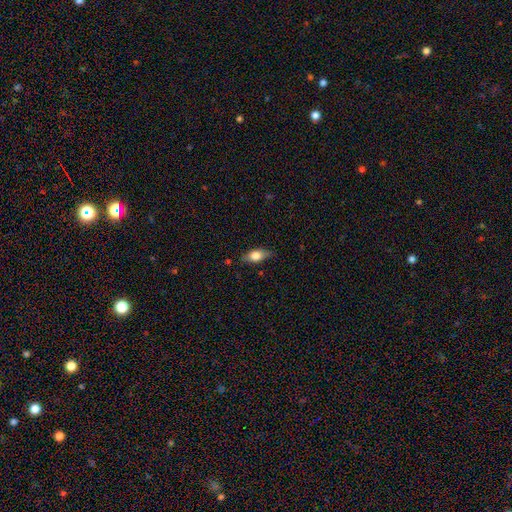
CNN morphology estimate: type=smooth (71%); roundness=in between (82%); merging=none (76%).